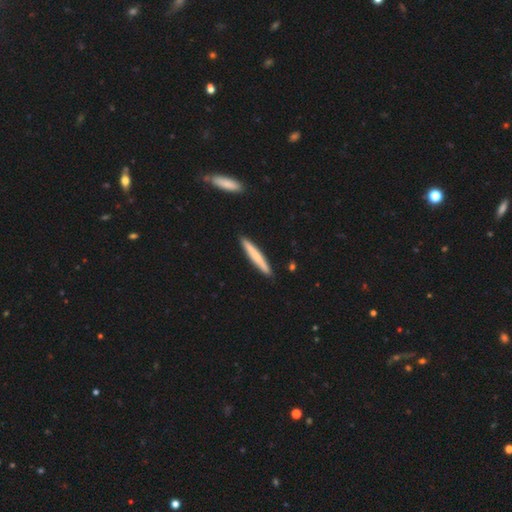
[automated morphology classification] Overall: smooth (69%). How rounded: cigar-shaped (96%). Merging: none (91%).